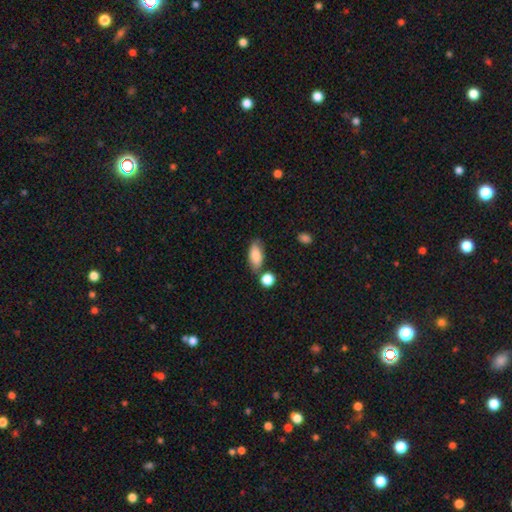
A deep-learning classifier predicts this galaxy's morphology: Smooth or featured? smooth (82%)
How rounded? in between (84%)
Merging? none (69%)